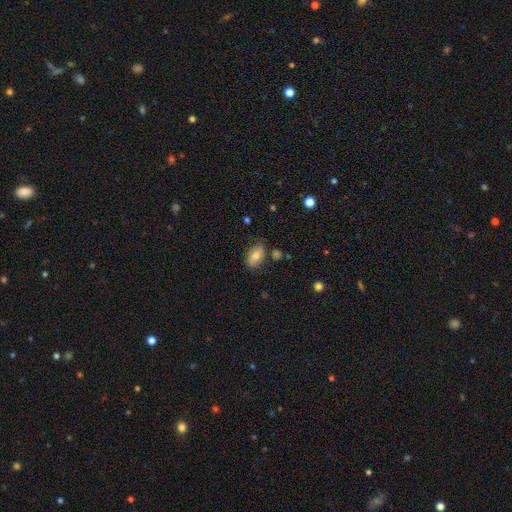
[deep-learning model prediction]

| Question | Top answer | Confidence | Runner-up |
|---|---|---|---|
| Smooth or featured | smooth | 72% | featured or disk (18%) |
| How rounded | in between | 90% | round (8%) |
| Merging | none | 73% | minor disturbance (19%) |